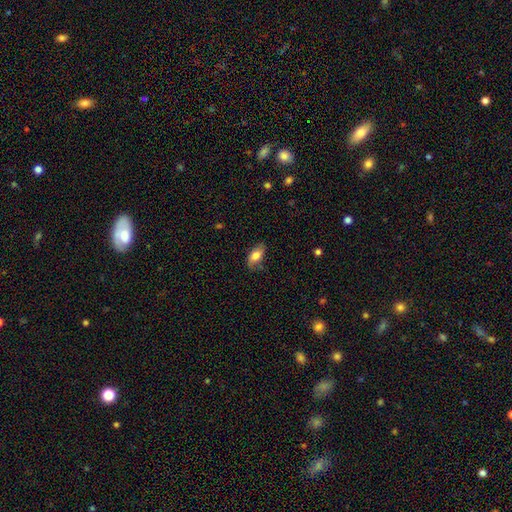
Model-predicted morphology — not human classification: Q: Smooth or featured?
A: smooth (77%); runner-up: featured or disk (16%)
Q: How rounded?
A: in between (90%); runner-up: round (5%)
Q: Merging?
A: none (73%); runner-up: minor disturbance (21%)